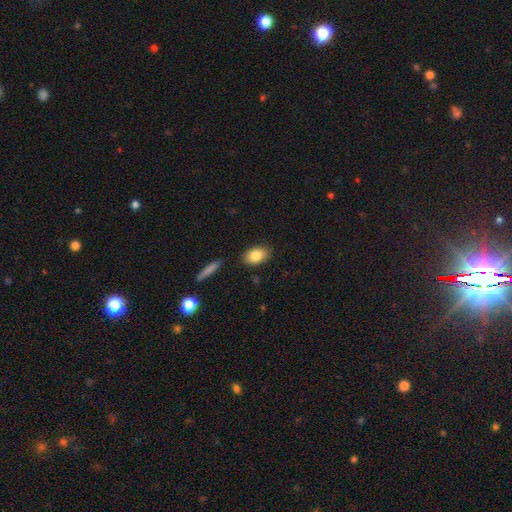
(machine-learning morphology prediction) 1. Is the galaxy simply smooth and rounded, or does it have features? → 83% smooth, 10% featured or disk, 7% star or artifact.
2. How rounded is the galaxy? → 88% in between, 10% round, 2% cigar-shaped.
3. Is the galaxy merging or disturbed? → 84% none, 10% minor disturbance, 3% merger, 2% major disturbance.